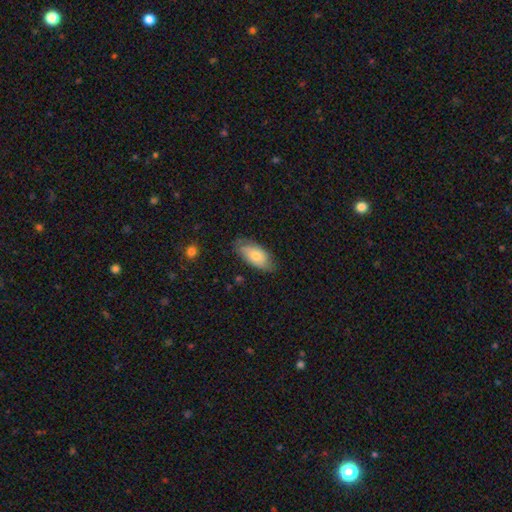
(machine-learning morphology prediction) This appears to be a smooth galaxy with no disk features (68%) that is in between round and cigar-shaped (91%). Merging: none (71%).